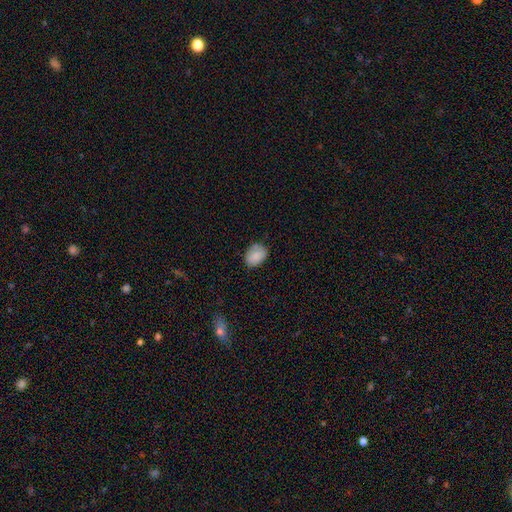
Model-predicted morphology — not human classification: Smooth or featured?
  - smooth: 85% *
  - star or artifact: 8%
  - featured or disk: 7%
How rounded?
  - in between: 70% *
  - round: 29%
  - cigar-shaped: 1%
Merging?
  - none: 74% *
  - minor disturbance: 20%
  - major disturbance: 4%
  - merger: 1%